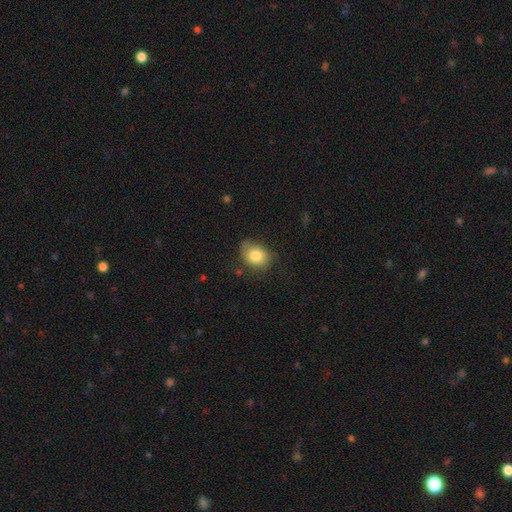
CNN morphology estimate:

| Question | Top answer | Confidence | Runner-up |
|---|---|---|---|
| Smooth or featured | smooth | 81% | featured or disk (11%) |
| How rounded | in between | 62% | round (37%) |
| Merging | none | 61% | minor disturbance (29%) |